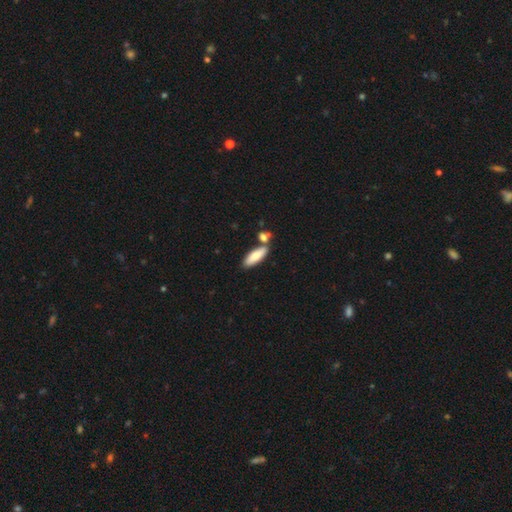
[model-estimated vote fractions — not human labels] Morphology: type=smooth (78%); roundness=in between (56%); merging=none (67%).